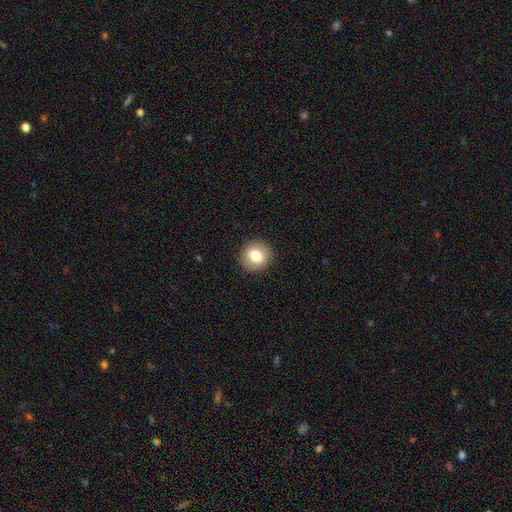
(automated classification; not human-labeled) A smooth galaxy with no disk features (79%) that is round (89%).

Vote fractions:
- Smooth or featured? smooth: 79% / featured or disk: 12% / star or artifact: 9%
- How rounded? round: 89% / in between: 10% / cigar-shaped: 1%
- Merging? none: 92% / minor disturbance: 6% / major disturbance: 2% / merger: 1%